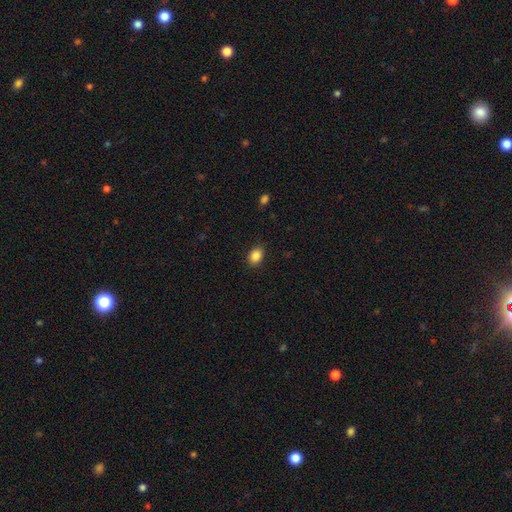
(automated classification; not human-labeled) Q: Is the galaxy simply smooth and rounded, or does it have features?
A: smooth — 88%.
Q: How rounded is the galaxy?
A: in between — 70%.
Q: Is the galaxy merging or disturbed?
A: none — 88%.